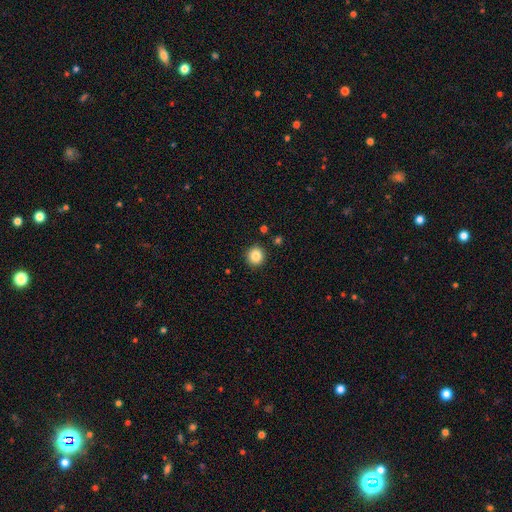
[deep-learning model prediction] Smooth or featured? smooth (85%)
How rounded? round (93%)
Merging? none (92%)